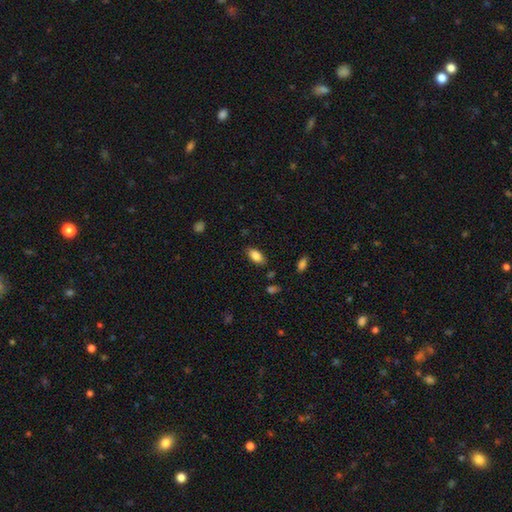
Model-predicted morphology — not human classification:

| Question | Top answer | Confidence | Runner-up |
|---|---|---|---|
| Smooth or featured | smooth | 84% | featured or disk (8%) |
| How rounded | in between | 91% | cigar-shaped (6%) |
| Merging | none | 84% | minor disturbance (11%) |